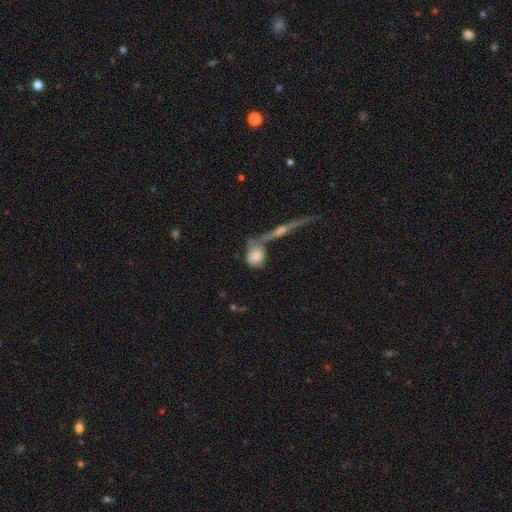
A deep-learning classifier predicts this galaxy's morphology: smooth-or-featured: smooth: 71% | featured or disk: 21% | star or artifact: 8%
  how-rounded: round: 58% | in between: 36% | cigar-shaped: 6%
  merging: none: 40% | merger: 30% | minor disturbance: 19% | major disturbance: 11%